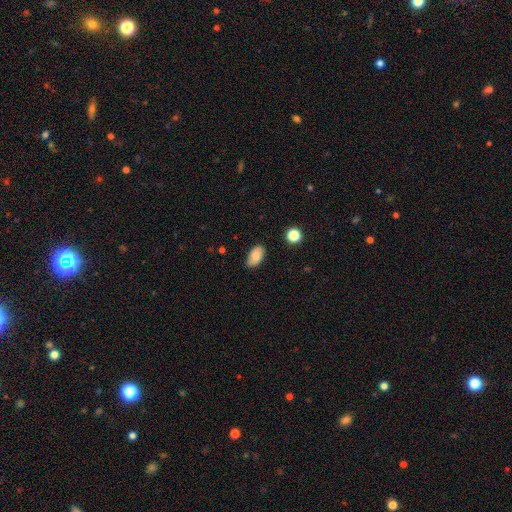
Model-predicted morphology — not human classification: type=smooth (80%); roundness=in between (93%); merging=none (81%).